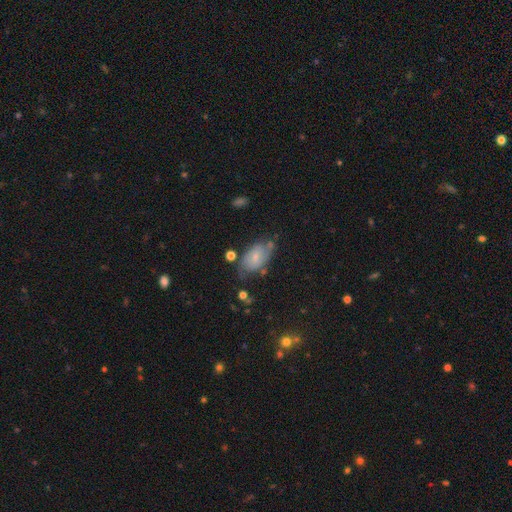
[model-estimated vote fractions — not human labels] Morphology: type=featured or disk (47%); merging=none (54%).